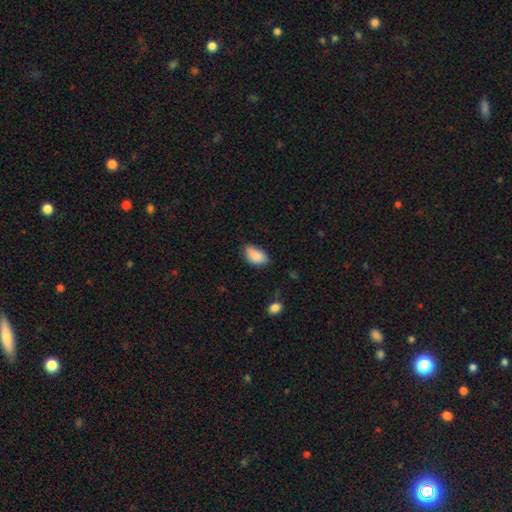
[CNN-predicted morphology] A smooth galaxy with no disk features (87%) that is in between round and cigar-shaped (92%). Merging: none (60%).